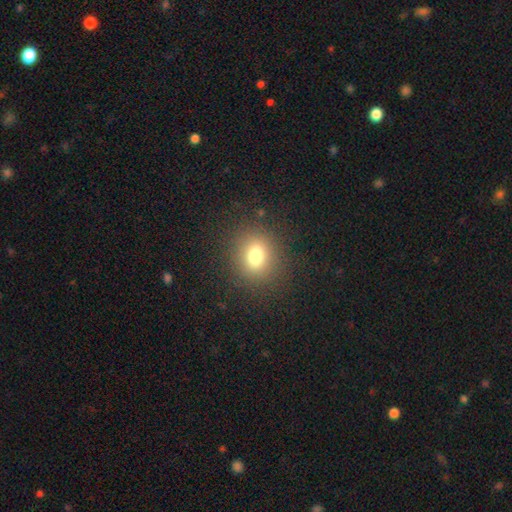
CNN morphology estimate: Smooth or featured?
  - smooth: 76% *
  - star or artifact: 15%
  - featured or disk: 9%
How rounded?
  - round: 68% *
  - in between: 30%
  - cigar-shaped: 1%
Merging?
  - none: 87% *
  - minor disturbance: 8%
  - major disturbance: 4%
  - merger: 1%